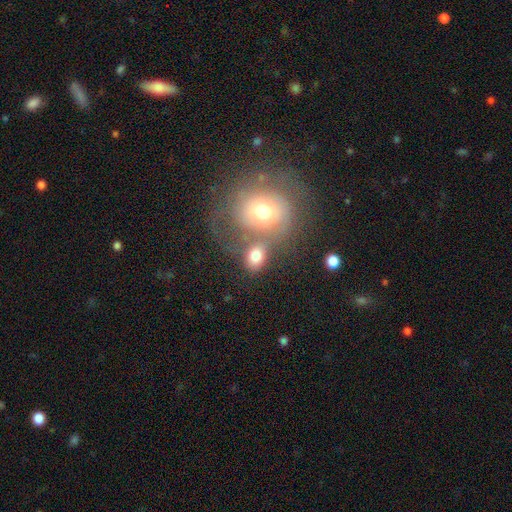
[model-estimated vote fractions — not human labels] Smooth or featured: smooth — 75% (featured or disk — 15%)
How rounded: in between — 54% (round — 45%)
Merging: merger — 41% (none — 37%)